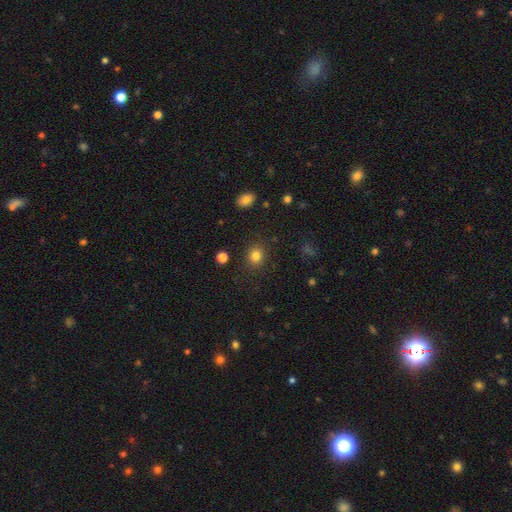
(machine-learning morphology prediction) A smooth galaxy with no disk features (82%) that is round (69%). Merging: none (87%).